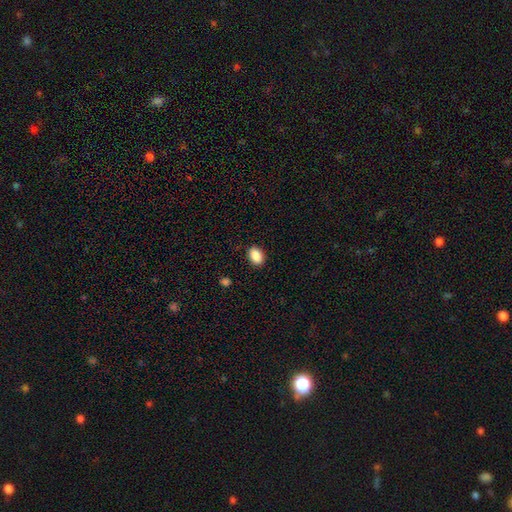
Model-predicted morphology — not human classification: smooth-or-featured: smooth: 88% | star or artifact: 8% | featured or disk: 4%
  how-rounded: in between: 81% | round: 17% | cigar-shaped: 1%
  merging: none: 89% | minor disturbance: 8% | major disturbance: 2% | merger: 1%